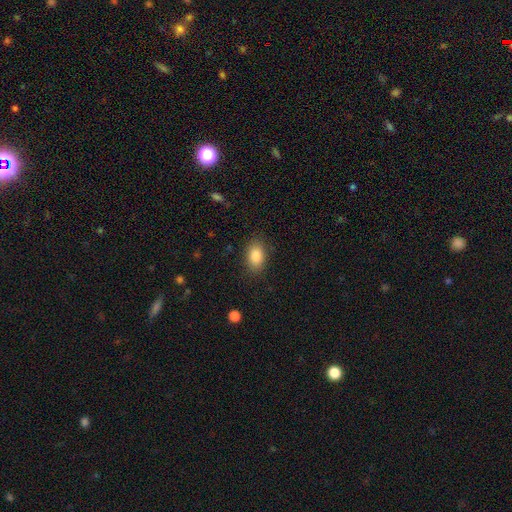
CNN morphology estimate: smooth 85%, star or artifact 8%, featured or disk 7%. Down the decision tree: how rounded — in between (88%); merging — none (86%).